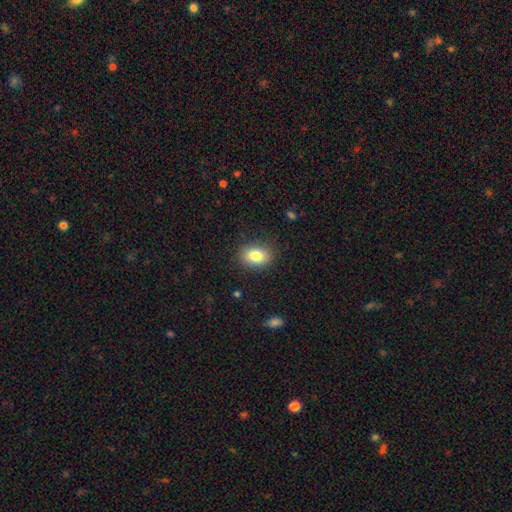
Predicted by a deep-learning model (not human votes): Morphology: type=smooth (82%); roundness=in between (71%); merging=none (86%).